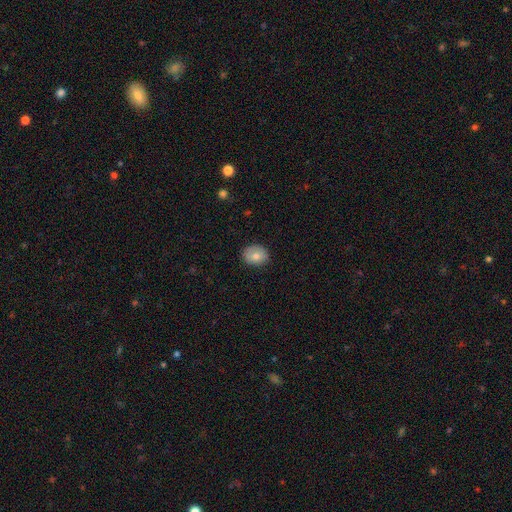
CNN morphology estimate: A smooth galaxy with no disk features (78%) that is in between round and cigar-shaped (52%).

Vote fractions:
- Smooth or featured? smooth: 78% / featured or disk: 14% / star or artifact: 8%
- How rounded? in between: 52% / round: 47% / cigar-shaped: 1%
- Merging? none: 83% / minor disturbance: 14% / major disturbance: 3% / merger: 1%